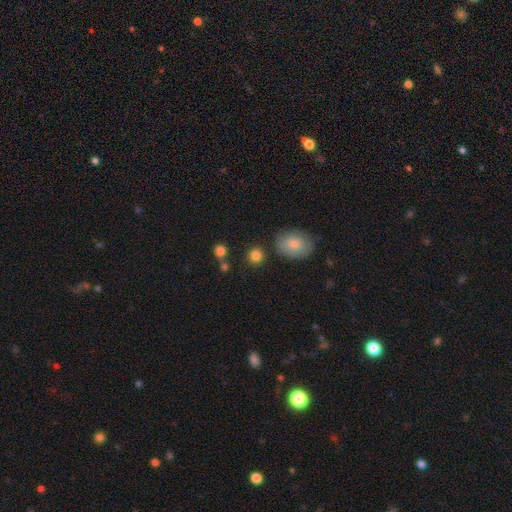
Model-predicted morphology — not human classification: This appears to be a smooth galaxy with no disk features (84%) that is round (88%). Merging: none (80%).